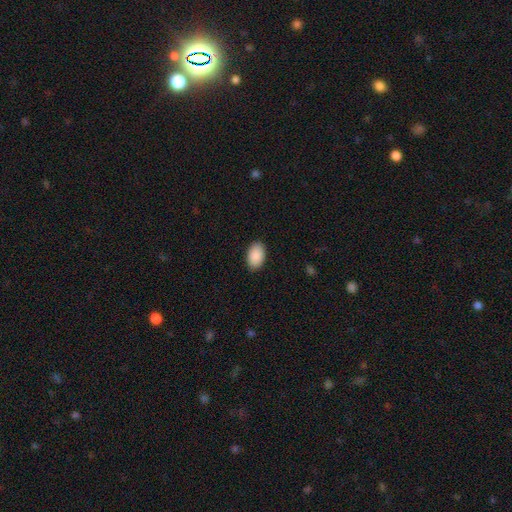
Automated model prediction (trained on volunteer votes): A smooth galaxy with no disk features (91%) that is in between round and cigar-shaped (93%). Merging: none (89%).